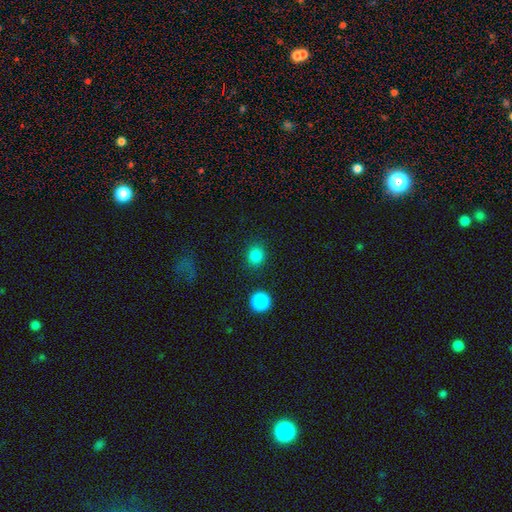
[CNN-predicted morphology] smooth_or_featured: smooth (p=0.84) [alt: star or artifact p=0.12]
how_rounded: round (p=0.83) [alt: in between p=0.16]
merging: none (p=0.87) [alt: minor disturbance p=0.07]